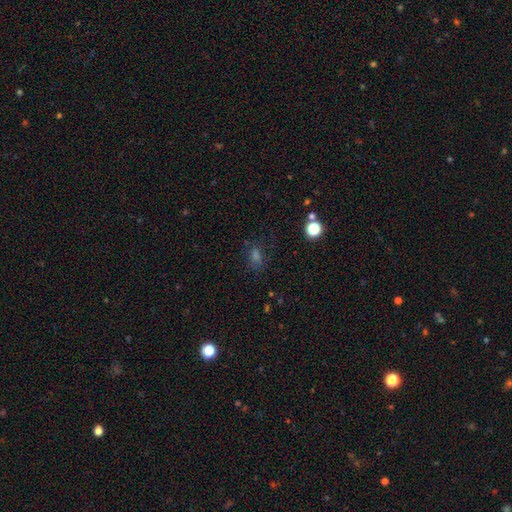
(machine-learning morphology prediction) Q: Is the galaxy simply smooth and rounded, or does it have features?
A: smooth — 54%.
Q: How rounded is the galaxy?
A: in between — 68%.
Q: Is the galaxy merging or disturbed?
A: none — 74%.